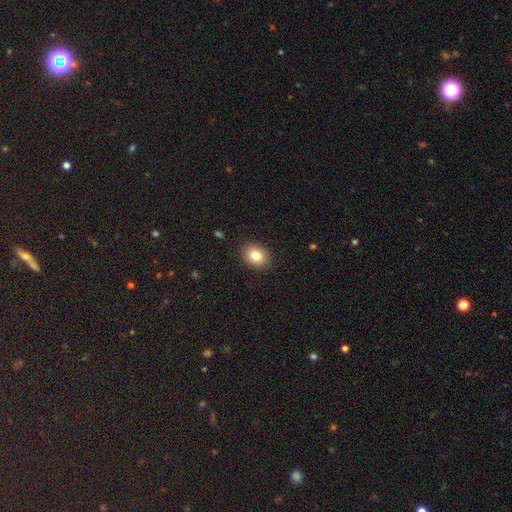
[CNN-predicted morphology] type=smooth (82%); roundness=in between (52%); merging=none (89%).